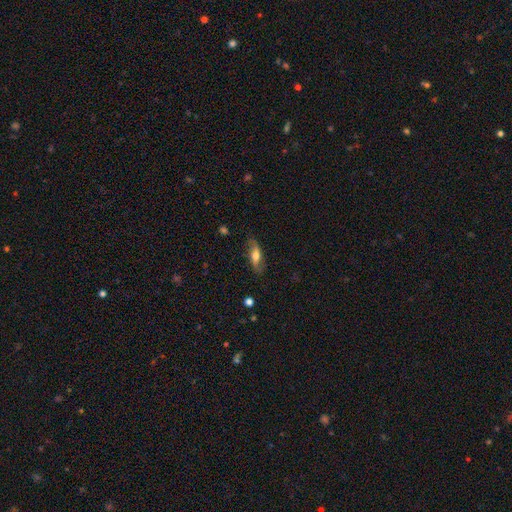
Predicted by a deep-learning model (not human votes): Smooth or featured? featured or disk (47%)
Merging? none (78%)